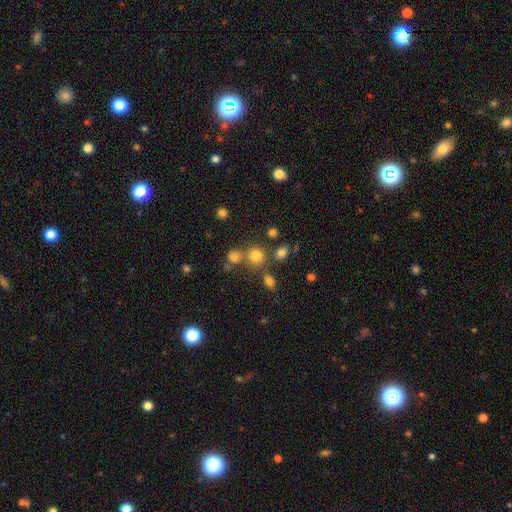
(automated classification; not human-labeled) smooth_or_featured: smooth (p=0.75) [alt: star or artifact p=0.18]
how_rounded: round (p=0.86) [alt: in between p=0.13]
merging: none (p=0.65) [alt: merger p=0.21]